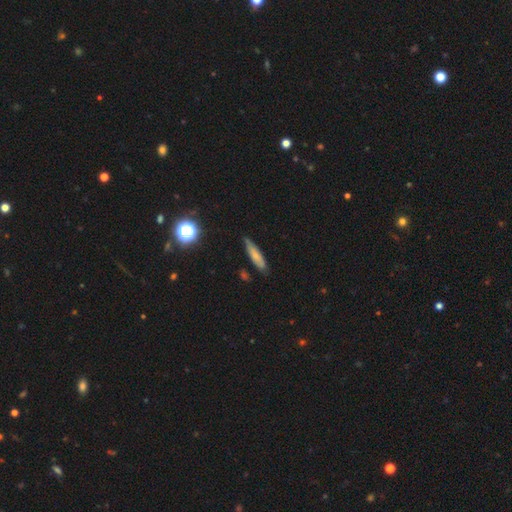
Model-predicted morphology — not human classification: This is likely a smooth galaxy (67%). How rounded: likely cigar-shaped (75%). Merging: likely none (71%).